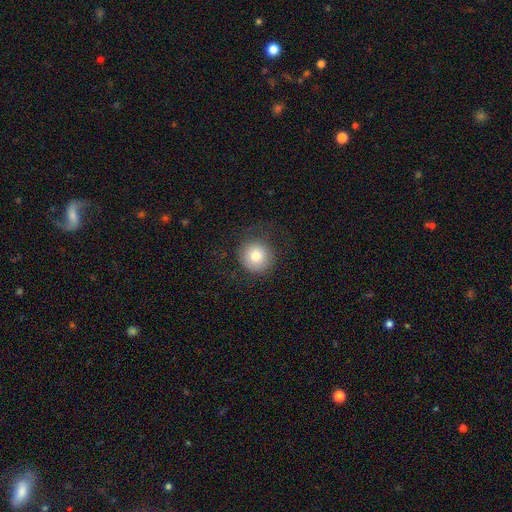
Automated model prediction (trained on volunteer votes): Smooth or featured: smooth — 80% (featured or disk — 11%)
How rounded: round — 93% (in between — 6%)
Merging: none — 71% (minor disturbance — 16%)